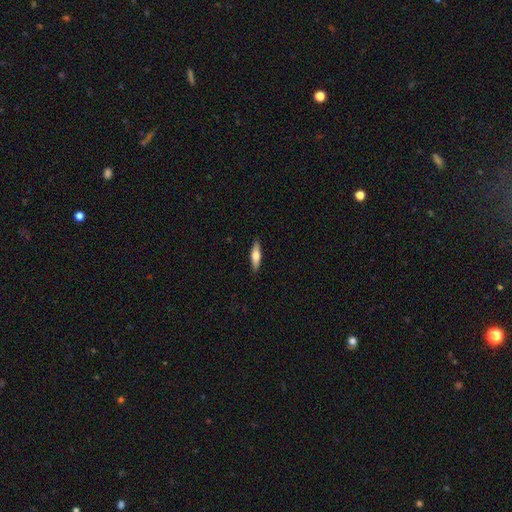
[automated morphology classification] Smooth or featured? smooth (55%)
How rounded? cigar-shaped (66%)
Merging? none (90%)